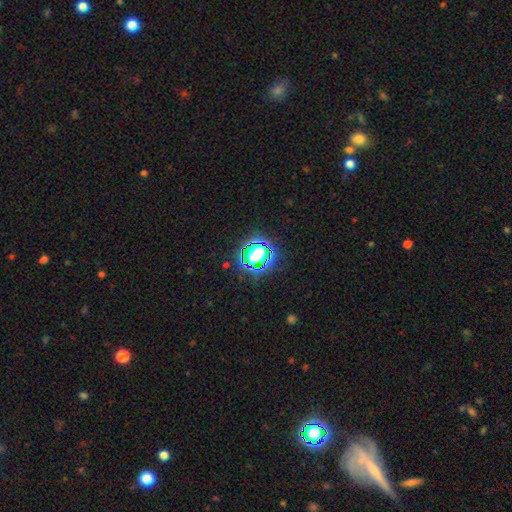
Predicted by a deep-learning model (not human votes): Smooth or featured? Predicted: star or artifact (p=0.53).